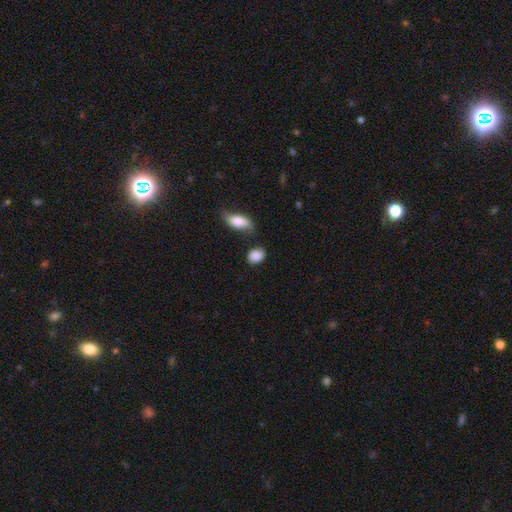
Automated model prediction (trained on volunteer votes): Smooth or featured?
  - smooth: 88% *
  - star or artifact: 7%
  - featured or disk: 5%
How rounded?
  - in between: 68% *
  - round: 29%
  - cigar-shaped: 2%
Merging?
  - none: 71% *
  - minor disturbance: 17%
  - merger: 7%
  - major disturbance: 5%